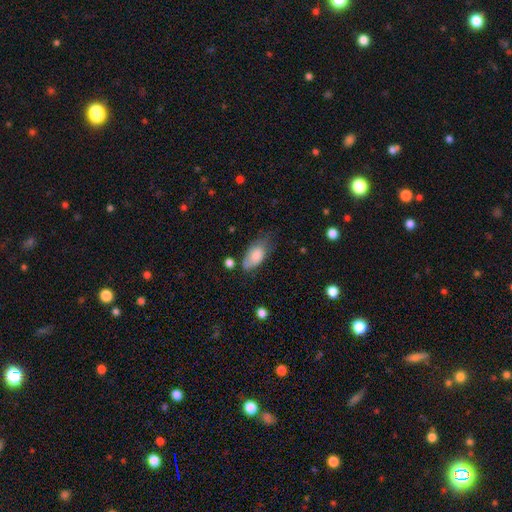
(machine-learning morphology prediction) Overall: smooth (78%). How rounded: in between (91%). Merging: none (46%; minor disturbance 36%).